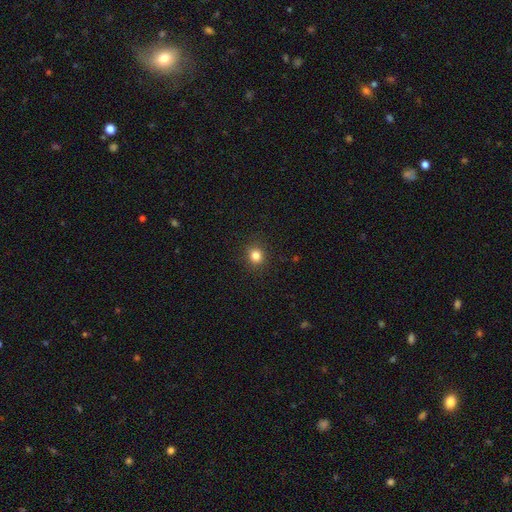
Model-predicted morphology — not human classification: Smooth or featured?
  - smooth: 83% *
  - star or artifact: 13%
  - featured or disk: 5%
How rounded?
  - round: 86% *
  - in between: 13%
  - cigar-shaped: 1%
Merging?
  - none: 91% *
  - minor disturbance: 6%
  - major disturbance: 2%
  - merger: 1%